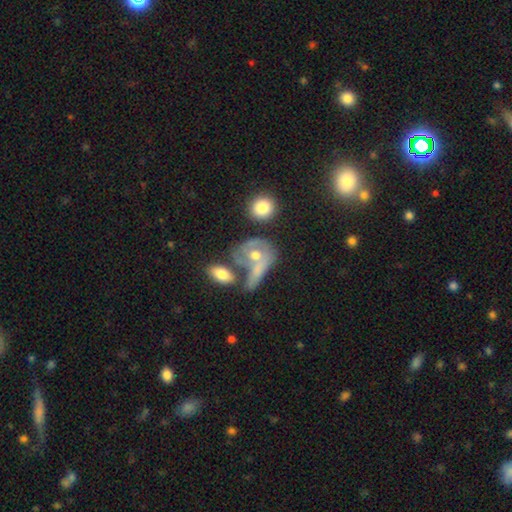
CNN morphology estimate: Smooth or featured: featured or disk — 45% (smooth — 41%)
Merging: merger — 37% (none — 33%)